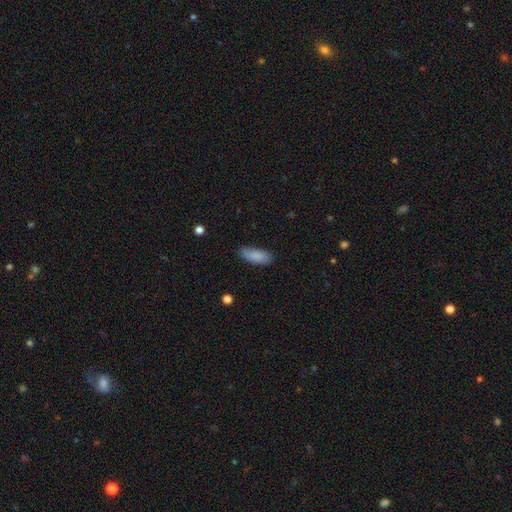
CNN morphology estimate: A smooth galaxy with no disk features (88%) that is in between round and cigar-shaped (78%). Merging: none (80%).